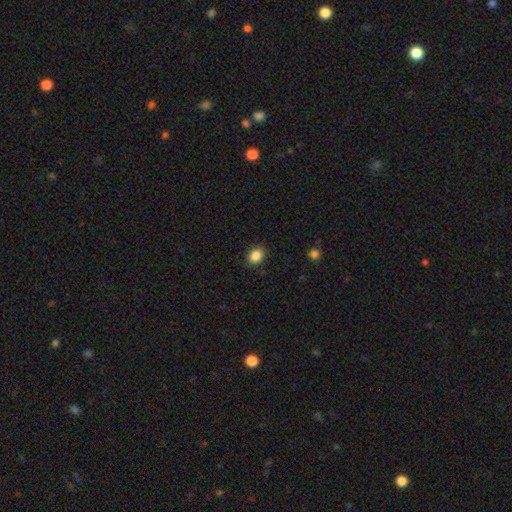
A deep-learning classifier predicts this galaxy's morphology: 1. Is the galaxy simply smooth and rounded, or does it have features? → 86% smooth, 10% star or artifact, 4% featured or disk.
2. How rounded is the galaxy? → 56% round, 43% in between, 1% cigar-shaped.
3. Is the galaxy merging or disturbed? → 87% none, 10% minor disturbance, 2% major disturbance, 1% merger.